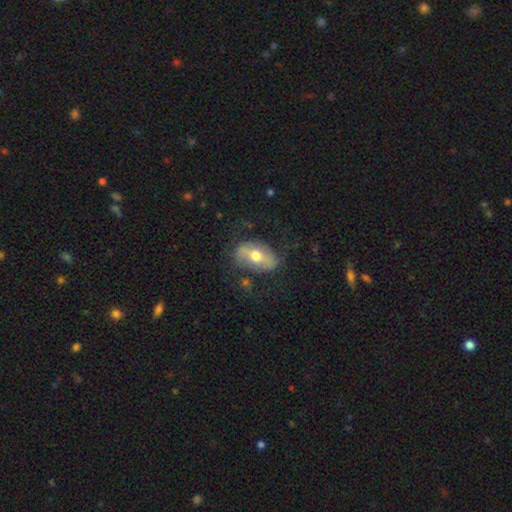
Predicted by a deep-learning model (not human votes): This appears to be a featured or disk galaxy (51%). Merging: none (69%).